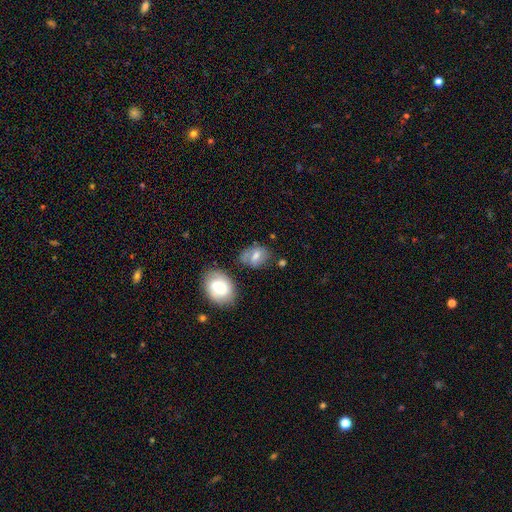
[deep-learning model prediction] A smooth galaxy with no disk features (64%) that is in between round and cigar-shaped (72%).

Vote fractions:
- Smooth or featured? smooth: 64% / featured or disk: 27% / star or artifact: 10%
- How rounded? in between: 72% / round: 27% / cigar-shaped: 2%
- Merging? none: 59% / minor disturbance: 22% / merger: 10% / major disturbance: 8%